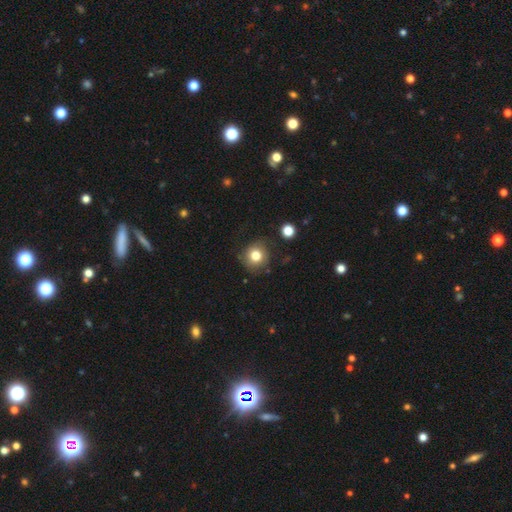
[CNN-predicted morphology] A smooth galaxy with no disk features (80%) that is round (88%). Merging: none (79%).